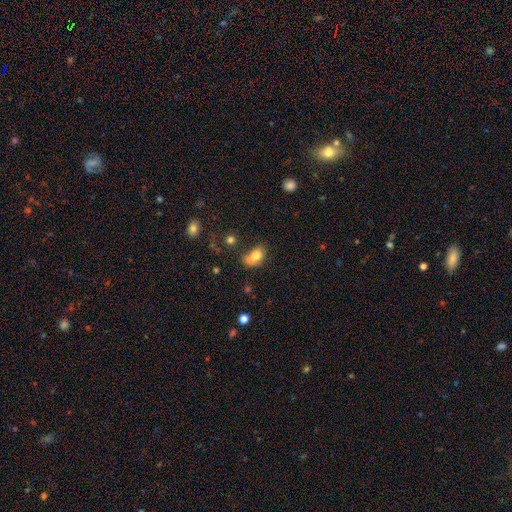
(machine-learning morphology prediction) A smooth galaxy with no disk features (77%) that is in between round and cigar-shaped (69%). Merging: none (37%).